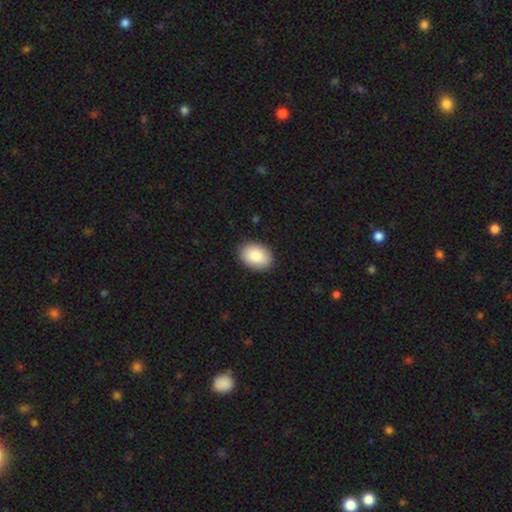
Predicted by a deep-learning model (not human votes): The model was most divided on "how rounded": in between: 83%, round: 16%, cigar-shaped: 1%. More confident: merging — none (89%); smooth or featured — smooth (88%).